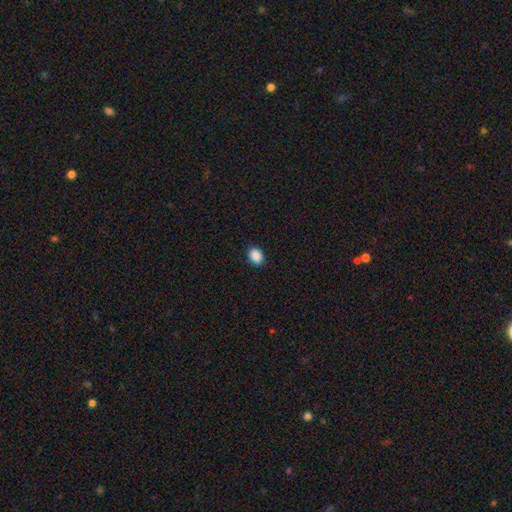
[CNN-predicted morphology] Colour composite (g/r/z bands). It shows a smooth galaxy with no disk features (89%) that is in between round and cigar-shaped (60%). Merging: none (90%).